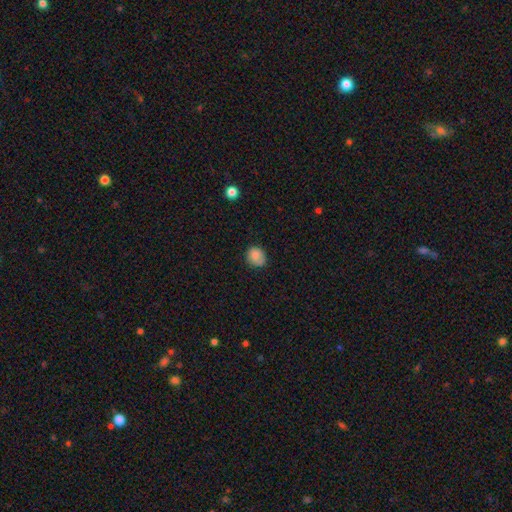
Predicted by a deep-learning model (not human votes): smooth-or-featured: smooth: 83% | star or artifact: 9% | featured or disk: 8%
  how-rounded: round: 74% | in between: 25% | cigar-shaped: 1%
  merging: none: 74% | minor disturbance: 21% | major disturbance: 4% | merger: 2%